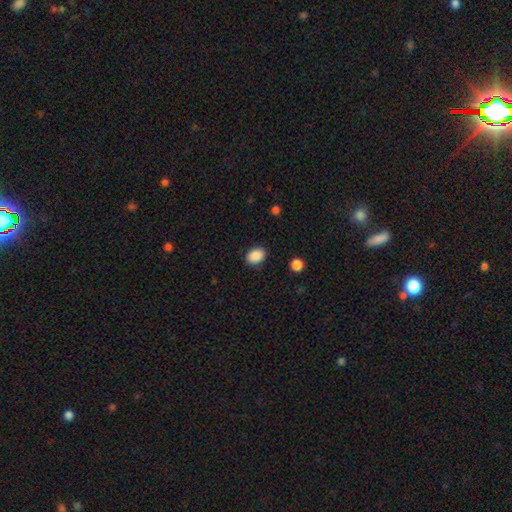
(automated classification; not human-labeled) Smooth or featured? Predicted: smooth (p=0.89). How rounded? Predicted: in between (p=0.73). Merging? Predicted: none (p=0.87).